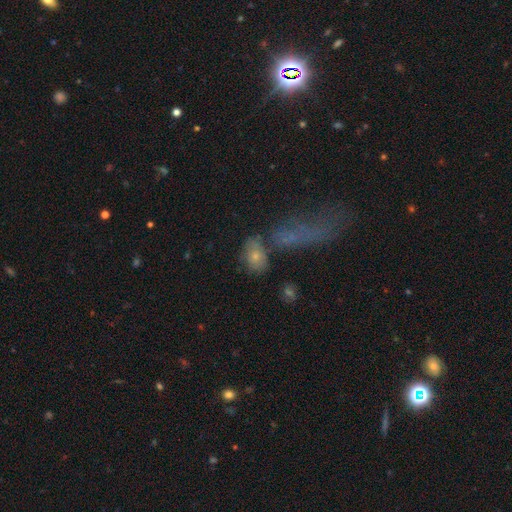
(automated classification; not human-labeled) This appears to be a smooth galaxy with no disk features (69%) that is in between round and cigar-shaped (74%). Merging: none (50%).